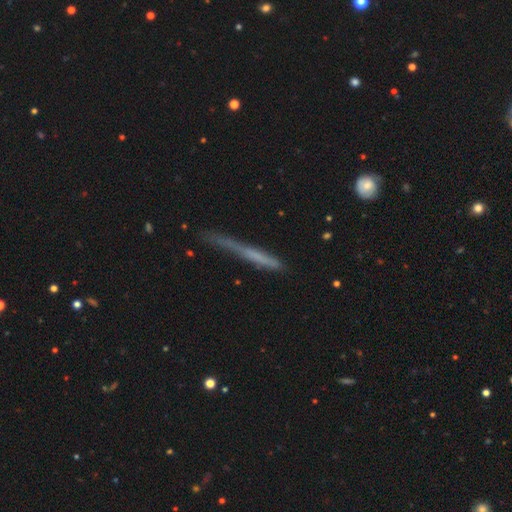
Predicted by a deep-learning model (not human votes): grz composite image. It shows a smooth galaxy with no disk features (50%). Merging: none (58%).